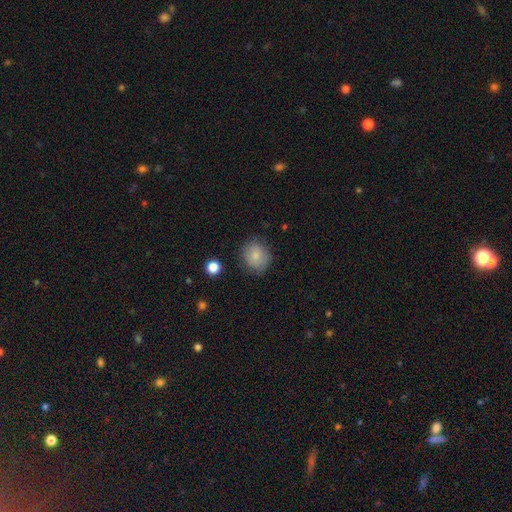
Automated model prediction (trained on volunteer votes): Smooth or featured?
  - smooth: 83% *
  - star or artifact: 9%
  - featured or disk: 8%
How rounded?
  - round: 83% *
  - in between: 16%
  - cigar-shaped: 1%
Merging?
  - none: 82% *
  - minor disturbance: 13%
  - major disturbance: 4%
  - merger: 2%